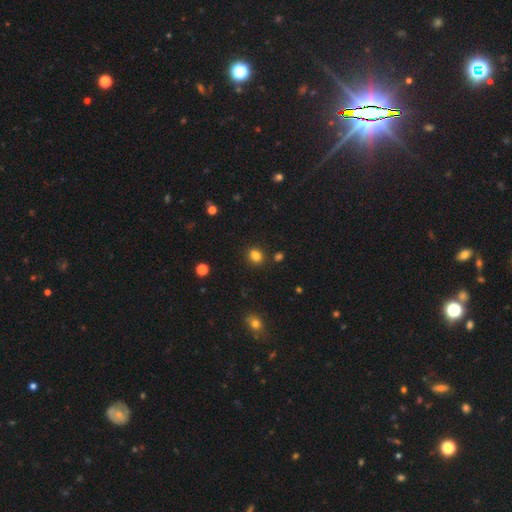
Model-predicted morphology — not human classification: type=smooth (81%); roundness=round (59%); merging=none (81%).